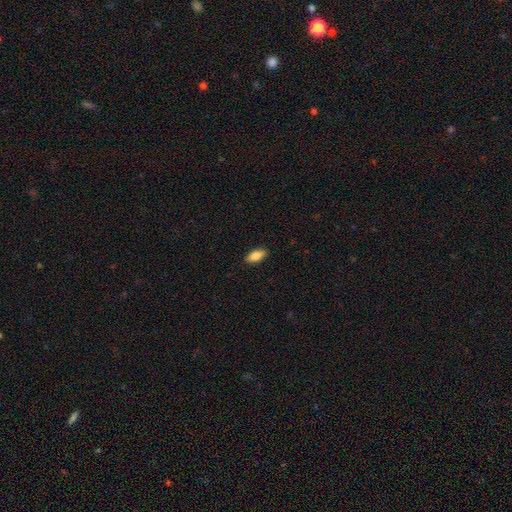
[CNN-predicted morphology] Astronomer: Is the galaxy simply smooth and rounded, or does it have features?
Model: smooth — 85%.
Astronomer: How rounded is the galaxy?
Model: in between — 88%.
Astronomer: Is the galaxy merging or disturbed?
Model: none — 89%.